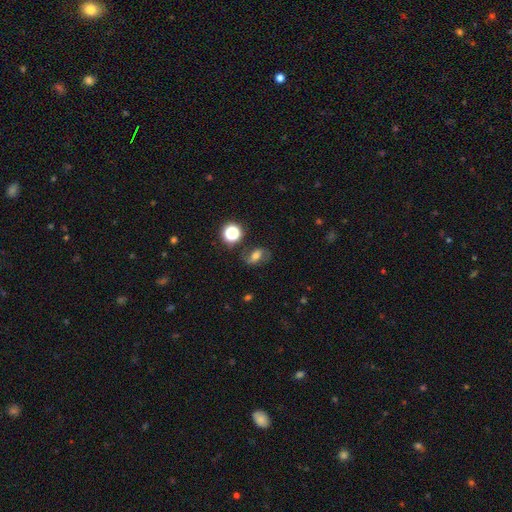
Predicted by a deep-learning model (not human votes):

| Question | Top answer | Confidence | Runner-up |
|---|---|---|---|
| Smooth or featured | featured or disk | 43% | smooth (39%) |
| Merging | none | 70% | minor disturbance (18%) |